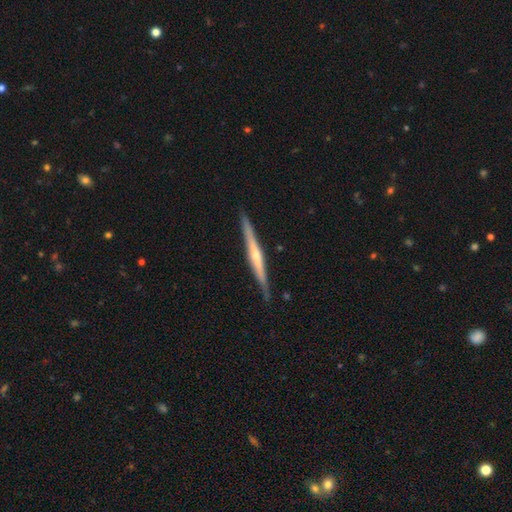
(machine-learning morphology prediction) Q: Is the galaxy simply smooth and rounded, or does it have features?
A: featured or disk — 71%.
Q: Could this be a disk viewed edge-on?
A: yes — 98%.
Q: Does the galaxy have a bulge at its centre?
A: rounded — 62%.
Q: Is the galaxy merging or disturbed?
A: none — 89%.